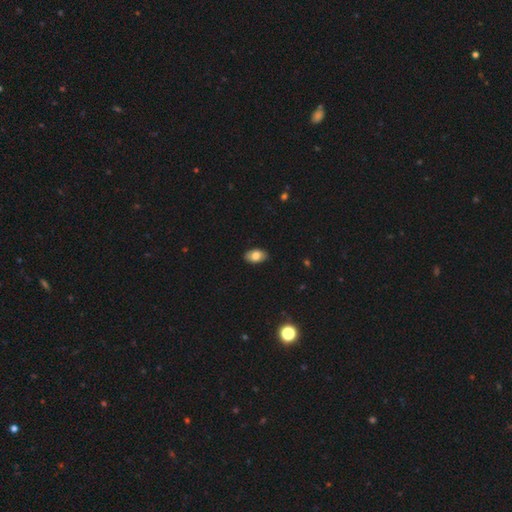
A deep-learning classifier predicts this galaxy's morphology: This appears to be a smooth galaxy with no disk features (80%) that is in between round and cigar-shaped (91%). Merging: none (87%).